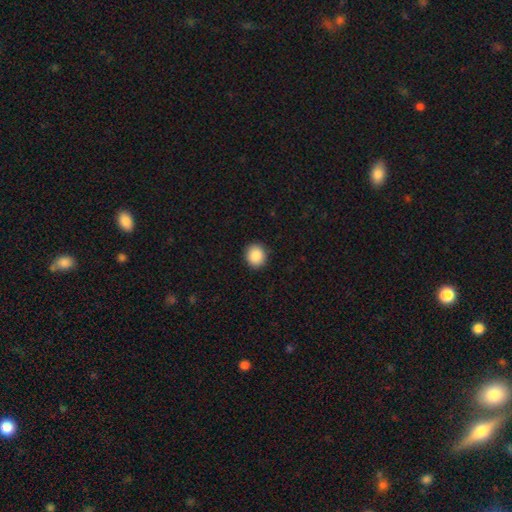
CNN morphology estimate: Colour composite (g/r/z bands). It shows a smooth galaxy with no disk features (89%) that is round (85%). Merging: none (91%).